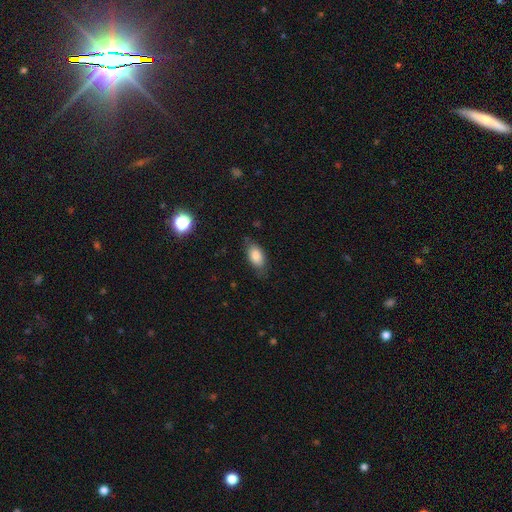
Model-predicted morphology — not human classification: Smooth or featured? smooth (81%)
How rounded? in between (91%)
Merging? none (70%)